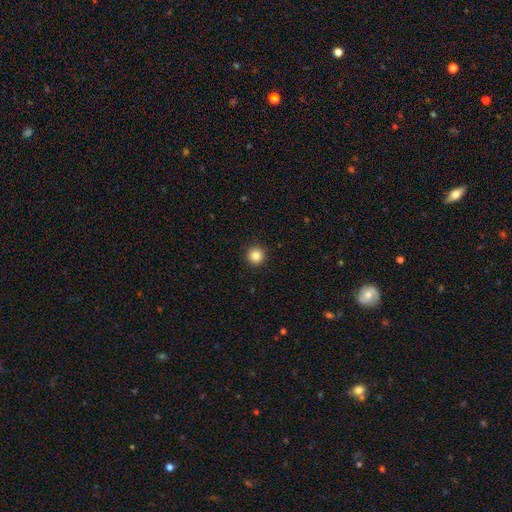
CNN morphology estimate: smooth 85%, star or artifact 11%, featured or disk 4%. Down the decision tree: how rounded — round (96%); merging — none (93%).